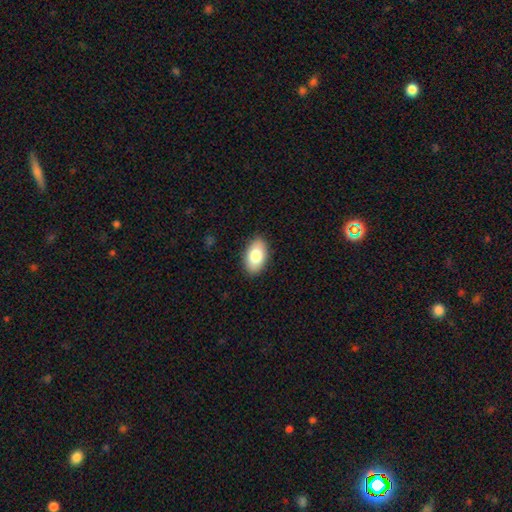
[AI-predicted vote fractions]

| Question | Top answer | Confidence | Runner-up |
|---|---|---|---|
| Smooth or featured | smooth | 81% | featured or disk (13%) |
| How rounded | in between | 93% | round (5%) |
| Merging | none | 88% | minor disturbance (9%) |